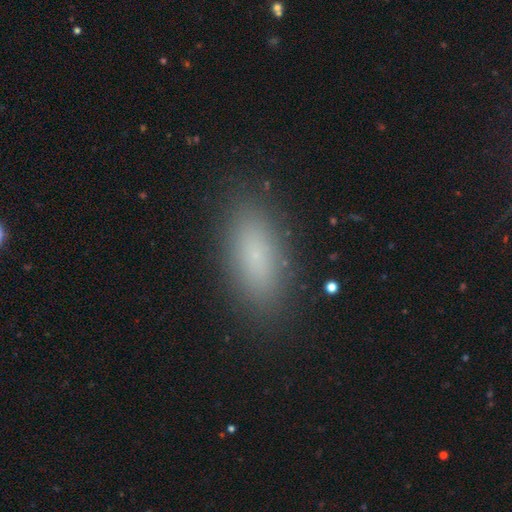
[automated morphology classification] smooth_or_featured: smooth (p=0.78) [alt: featured or disk p=0.11]
how_rounded: in between (p=0.77) [alt: cigar-shaped p=0.20]
merging: none (p=0.87) [alt: minor disturbance p=0.09]